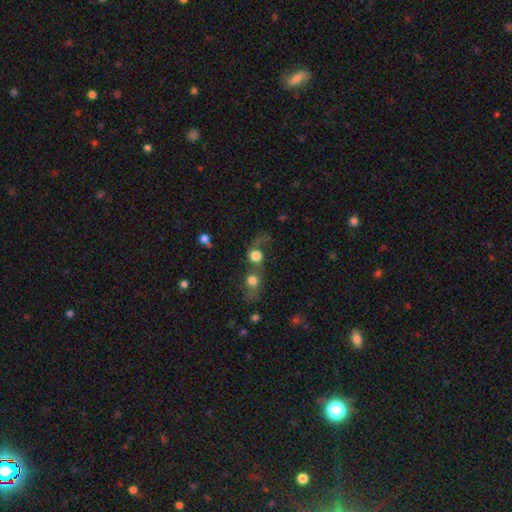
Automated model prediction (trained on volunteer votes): smooth_or_featured: smooth (p=0.69) [alt: featured or disk p=0.19]
how_rounded: round (p=0.81) [alt: in between p=0.18]
merging: merger (p=0.58) [alt: none p=0.19]